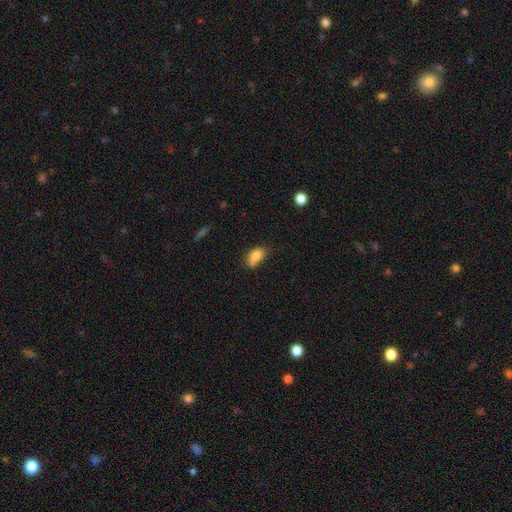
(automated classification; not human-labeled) The model was most divided on "merging": none: 41%, minor disturbance: 26%, merger: 24%, major disturbance: 9%. More confident: how rounded — in between (81%); smooth or featured — smooth (78%).